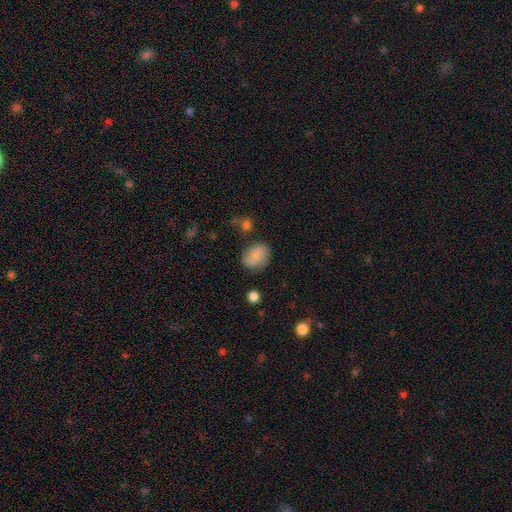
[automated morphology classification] Overall: smooth (81%). How rounded: in between (64%; round 35%). Merging: none (75%).